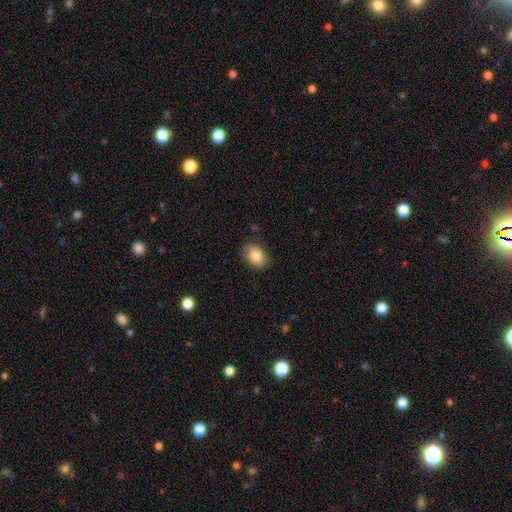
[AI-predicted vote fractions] Q: Smooth or featured?
A: smooth (85%); runner-up: featured or disk (8%)
Q: How rounded?
A: in between (75%); runner-up: round (24%)
Q: Merging?
A: none (82%); runner-up: minor disturbance (14%)